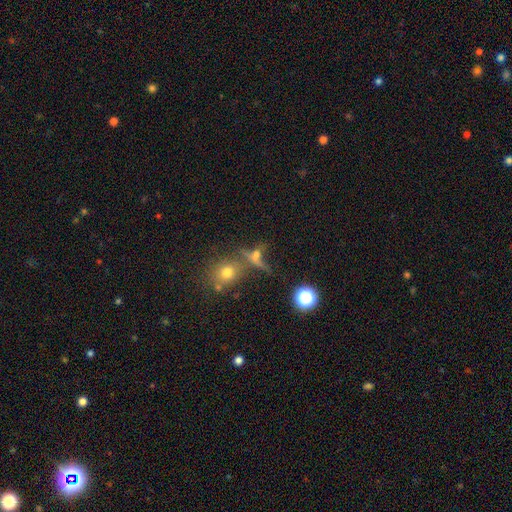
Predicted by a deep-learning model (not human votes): This appears to be a smooth galaxy with no disk features (41%). Merging: none (49%).